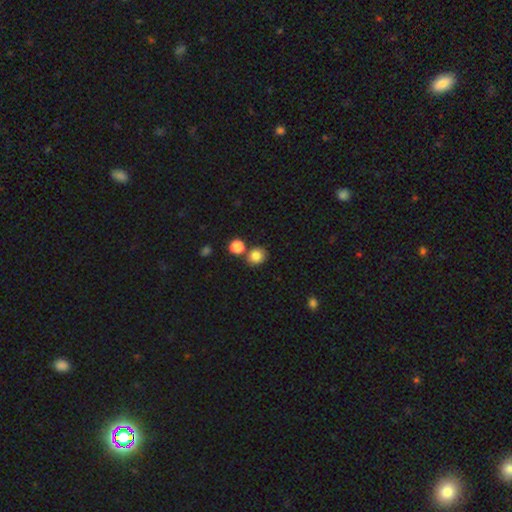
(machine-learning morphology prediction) A smooth galaxy with no disk features (84%) that is round (79%). Merging: none (70%).